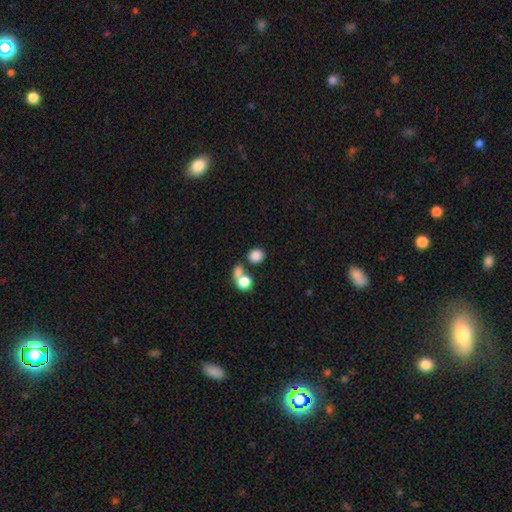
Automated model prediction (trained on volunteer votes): Smooth or featured: smooth — 83% (star or artifact — 11%)
How rounded: round — 73% (in between — 26%)
Merging: none — 63% (merger — 23%)